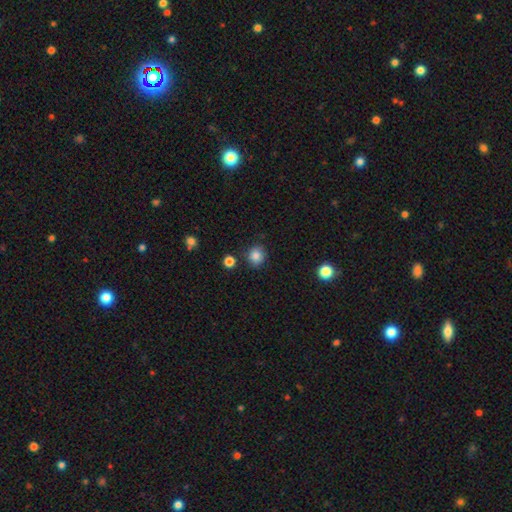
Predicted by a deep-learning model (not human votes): smooth-or-featured: smooth: 85% | star or artifact: 11% | featured or disk: 5%
  how-rounded: round: 83% | in between: 16% | cigar-shaped: 1%
  merging: none: 84% | minor disturbance: 10% | merger: 3% | major disturbance: 3%